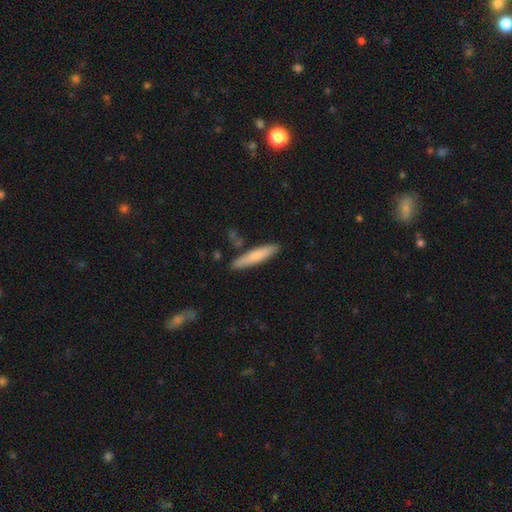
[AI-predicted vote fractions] Overall: smooth (73%). How rounded: cigar-shaped (89%). Merging: none (85%).